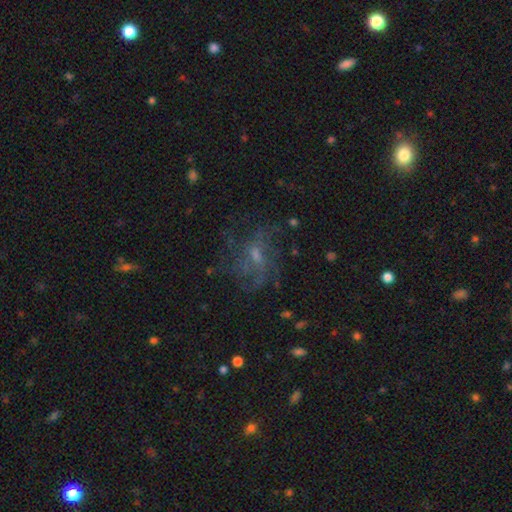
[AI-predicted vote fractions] The model was most divided on "bar": no: 55%, weak: 39%, strong: 6%. More confident: edge-on disk — no (97%); spiral arms — yes (75%); smooth or featured — featured or disk (64%); merging — none (58%); bulge size — small (52%).